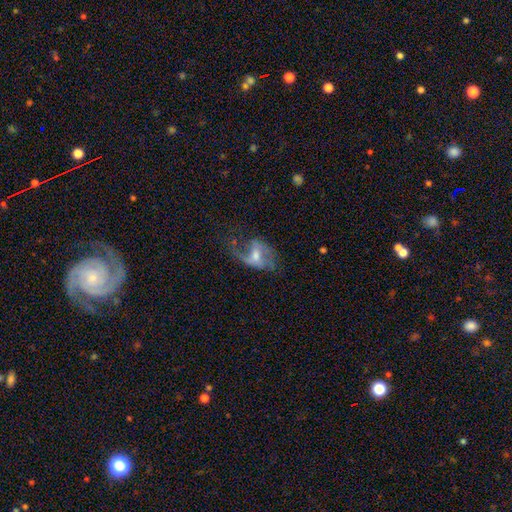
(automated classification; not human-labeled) This is likely a featured or disk galaxy (75%). It is clearly not viewed edge-on (95%). Bar: possibly weak (47%). Spiral arm pattern: clearly yes (86%). Spiral arm count: likely 2 (67%). Spiral winding: likely loose (67%). Central bulge: possibly moderate (54%). Merging: marginally none (45%).